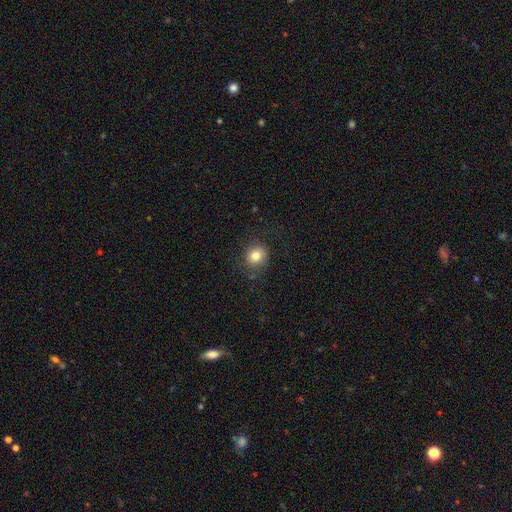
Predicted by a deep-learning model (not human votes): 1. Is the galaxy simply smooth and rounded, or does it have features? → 80% smooth, 11% star or artifact, 9% featured or disk.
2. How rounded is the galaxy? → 83% round, 16% in between, 1% cigar-shaped.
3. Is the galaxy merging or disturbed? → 79% none, 14% minor disturbance, 6% major disturbance, 1% merger.